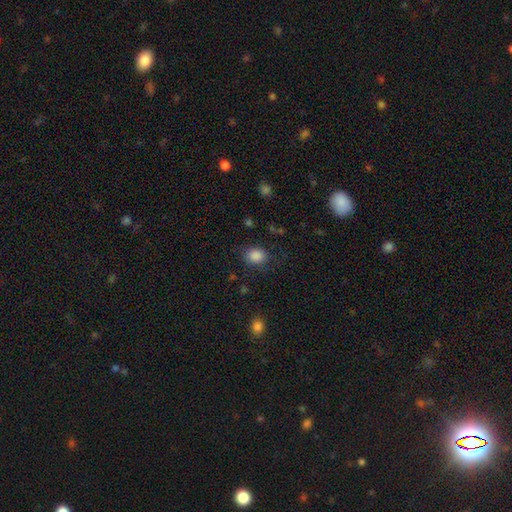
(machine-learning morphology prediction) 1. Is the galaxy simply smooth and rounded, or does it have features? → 86% smooth, 10% star or artifact, 4% featured or disk.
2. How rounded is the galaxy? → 62% round, 37% in between, 1% cigar-shaped.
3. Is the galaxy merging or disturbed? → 77% none, 15% minor disturbance, 6% major disturbance, 2% merger.